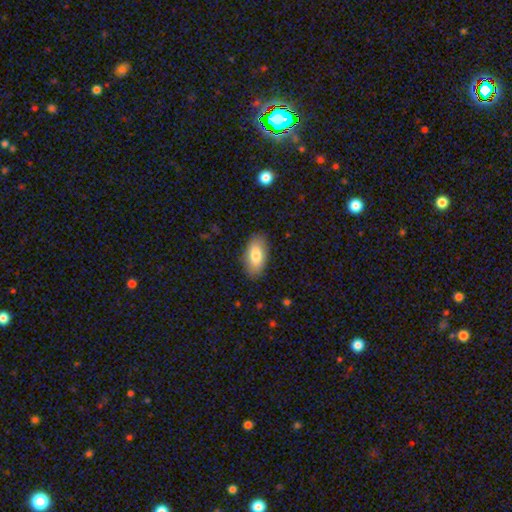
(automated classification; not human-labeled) The model was most divided on "smooth or featured": smooth: 78%, featured or disk: 16%, star or artifact: 6%. More confident: how rounded — in between (91%); merging — none (86%).